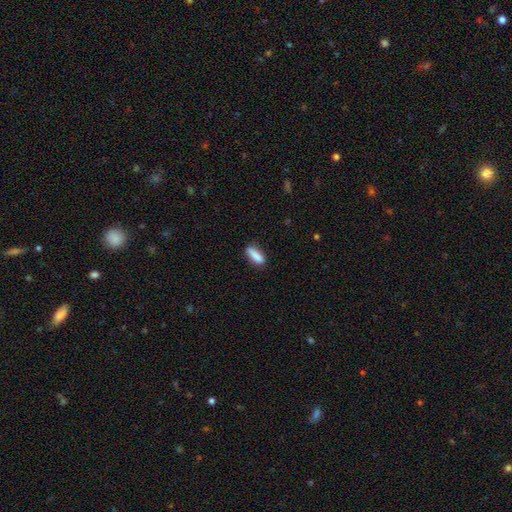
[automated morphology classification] The model was most divided on "how rounded": in between: 50%, cigar-shaped: 48%, round: 2%. More confident: smooth or featured — smooth (86%); merging — none (80%).